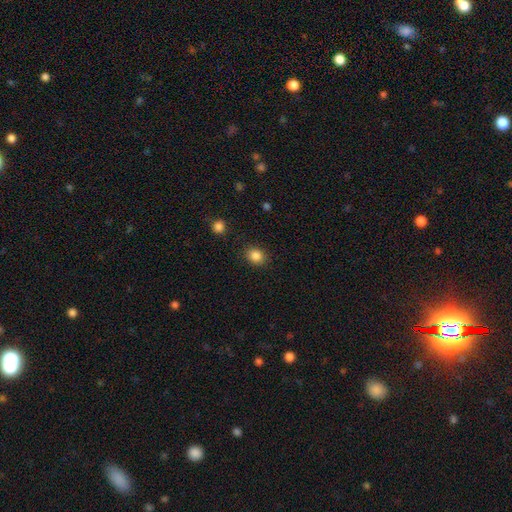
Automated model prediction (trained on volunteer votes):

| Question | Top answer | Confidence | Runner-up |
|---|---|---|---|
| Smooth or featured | smooth | 85% | star or artifact (10%) |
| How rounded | round | 66% | in between (33%) |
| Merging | none | 88% | minor disturbance (8%) |